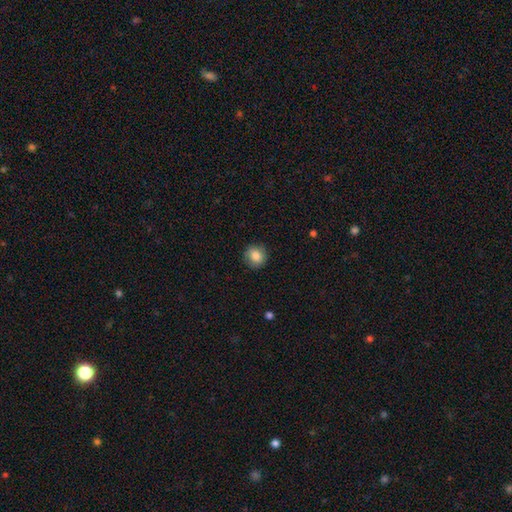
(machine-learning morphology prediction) A smooth galaxy with no disk features (83%) that is round (89%). Merging: none (87%).